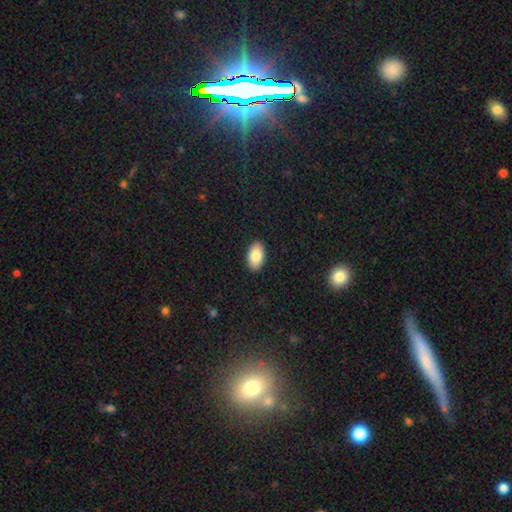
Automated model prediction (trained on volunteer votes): Morphology: type=smooth (84%); roundness=in between (94%); merging=none (90%).